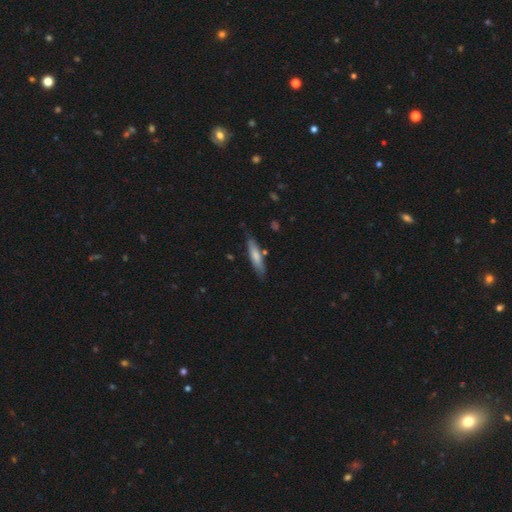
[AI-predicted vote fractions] Smooth or featured? Predicted: smooth (p=0.68). How rounded? Predicted: cigar-shaped (p=0.83). Merging? Predicted: none (p=0.78).